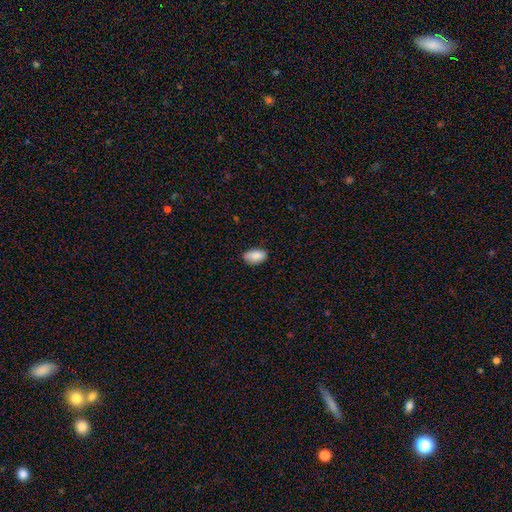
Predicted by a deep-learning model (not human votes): Q: Smooth or featured?
A: smooth (87%); runner-up: star or artifact (7%)
Q: How rounded?
A: in between (93%); runner-up: round (5%)
Q: Merging?
A: none (75%); runner-up: minor disturbance (21%)